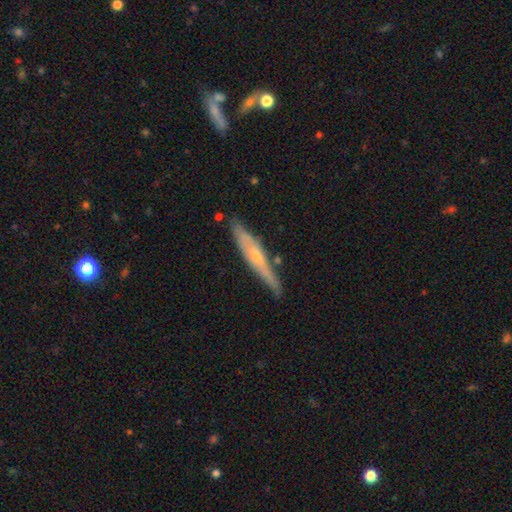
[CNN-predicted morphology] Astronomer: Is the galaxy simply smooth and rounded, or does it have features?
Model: featured or disk — 56% (runner-up: smooth, 38%).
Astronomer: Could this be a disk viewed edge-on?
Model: yes — 85%.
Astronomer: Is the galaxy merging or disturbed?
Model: none — 75%.